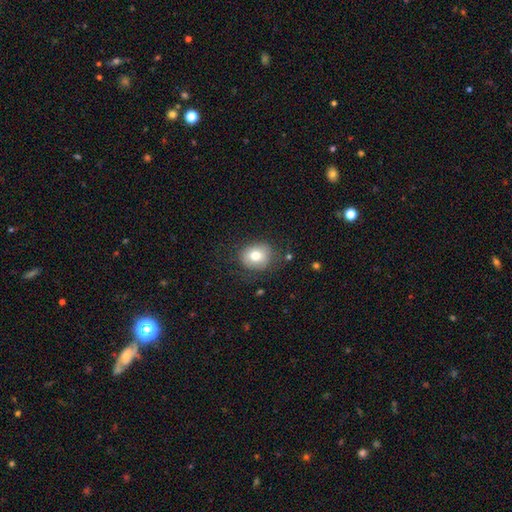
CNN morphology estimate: smooth-or-featured: smooth: 75% | featured or disk: 16% | star or artifact: 9%
  how-rounded: round: 66% | in between: 34% | cigar-shaped: 1%
  merging: none: 75% | minor disturbance: 17% | major disturbance: 7% | merger: 2%